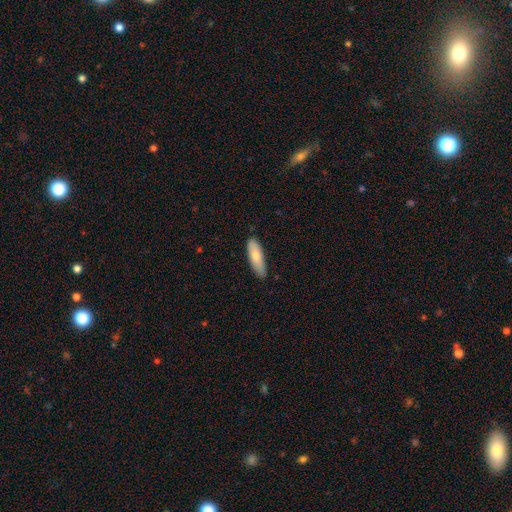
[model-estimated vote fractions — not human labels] Smooth or featured?
  - smooth: 78% *
  - featured or disk: 17%
  - star or artifact: 6%
How rounded?
  - cigar-shaped: 53% *
  - in between: 46%
  - round: 2%
Merging?
  - none: 81% *
  - minor disturbance: 15%
  - major disturbance: 2%
  - merger: 1%